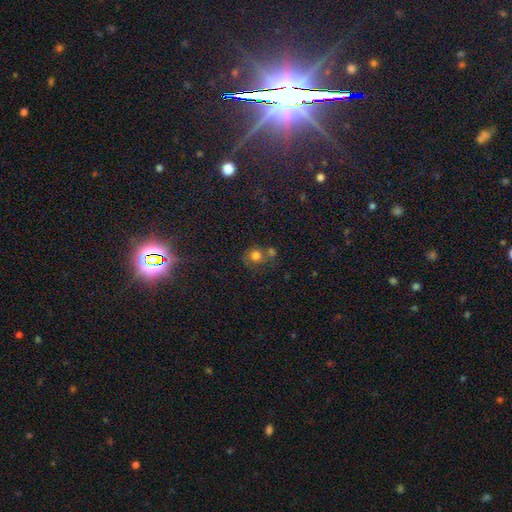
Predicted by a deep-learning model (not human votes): smooth-or-featured: smooth: 73% | star or artifact: 14% | featured or disk: 12%
  how-rounded: round: 80% | in between: 18% | cigar-shaped: 1%
  merging: none: 46% | merger: 33% | minor disturbance: 14% | major disturbance: 7%